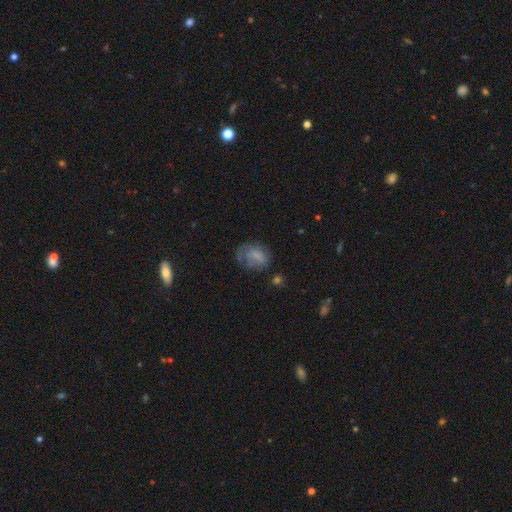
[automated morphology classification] Q: Smooth or featured?
A: smooth (63%); runner-up: featured or disk (26%)
Q: How rounded?
A: in between (64%); runner-up: round (35%)
Q: Merging?
A: none (46%); runner-up: minor disturbance (29%)